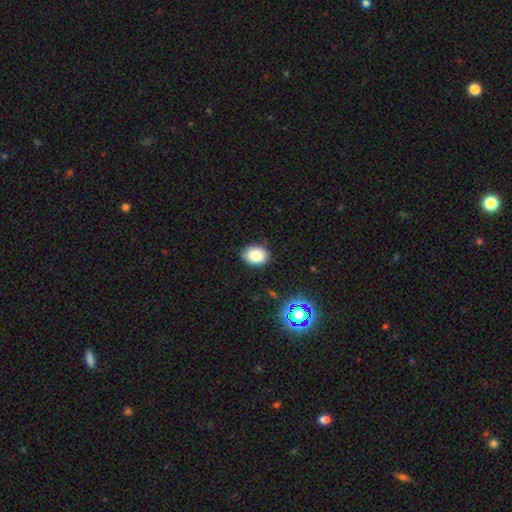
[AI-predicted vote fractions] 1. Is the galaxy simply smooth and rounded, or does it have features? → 86% smooth, 10% star or artifact, 4% featured or disk.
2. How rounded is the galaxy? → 74% in between, 25% round, 1% cigar-shaped.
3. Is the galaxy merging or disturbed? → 86% none, 11% minor disturbance, 2% major disturbance, 1% merger.